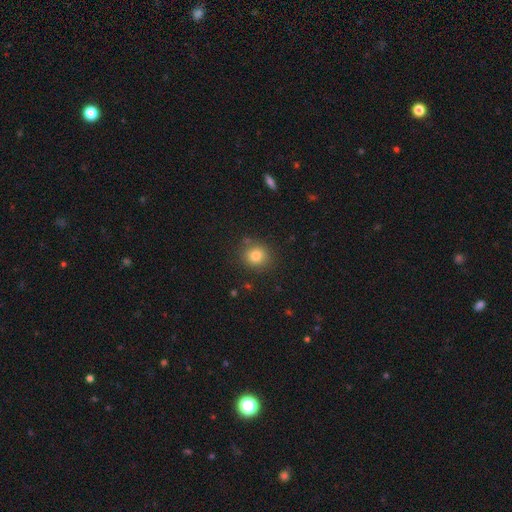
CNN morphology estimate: type=smooth (81%); roundness=round (84%); merging=none (83%).